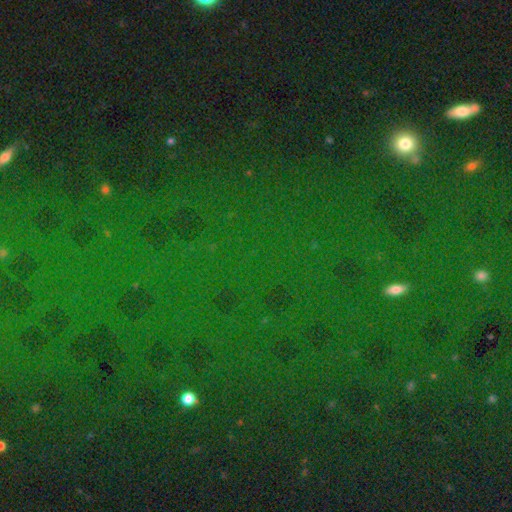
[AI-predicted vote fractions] smooth-or-featured: star or artifact: 77% | smooth: 15% | featured or disk: 8%